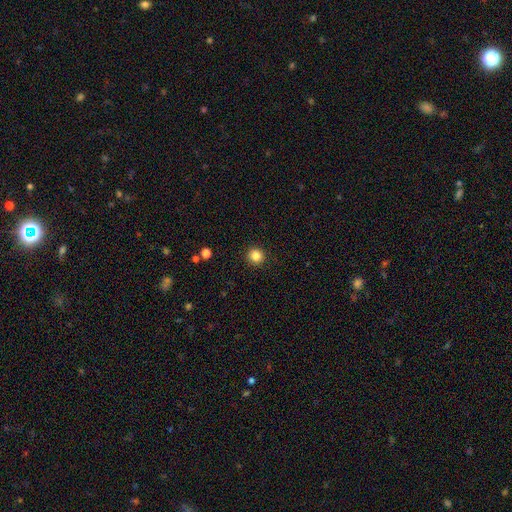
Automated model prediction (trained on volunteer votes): Overall: smooth (84%). How rounded: round (94%). Merging: none (93%).